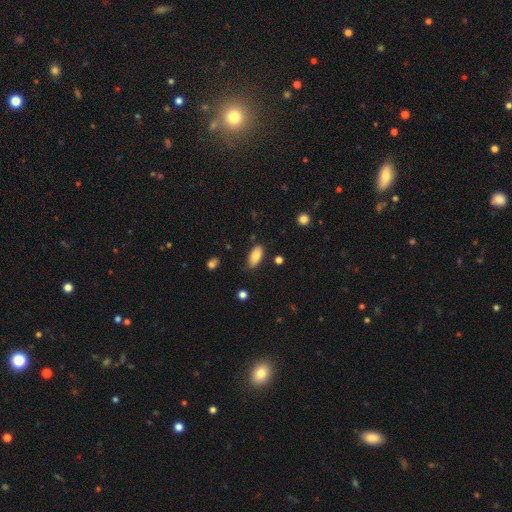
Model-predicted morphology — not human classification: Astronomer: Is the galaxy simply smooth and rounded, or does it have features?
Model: smooth — 79%.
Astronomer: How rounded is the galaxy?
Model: in between — 90%.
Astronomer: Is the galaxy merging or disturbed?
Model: none — 75%.